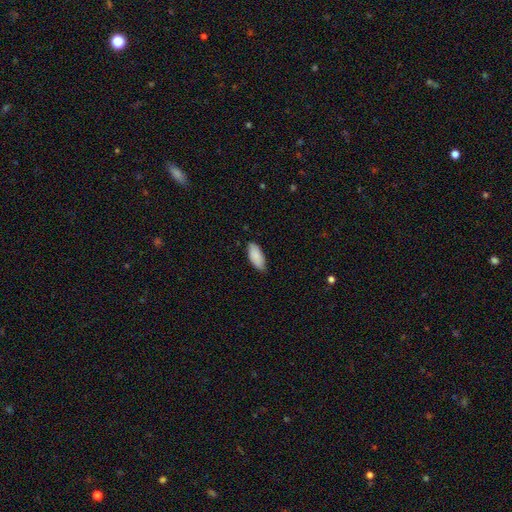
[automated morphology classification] This is clearly a smooth galaxy (88%). How rounded: clearly in between (85%). Merging: likely none (79%).